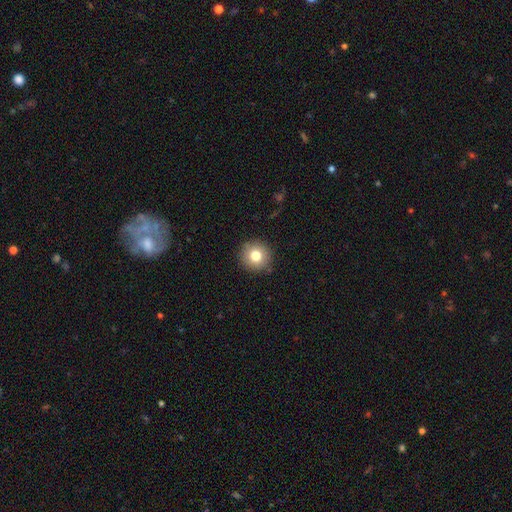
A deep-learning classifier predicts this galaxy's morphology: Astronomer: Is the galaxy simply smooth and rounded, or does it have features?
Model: smooth — 79%.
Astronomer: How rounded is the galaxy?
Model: round — 94%.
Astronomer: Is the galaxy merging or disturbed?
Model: none — 90%.